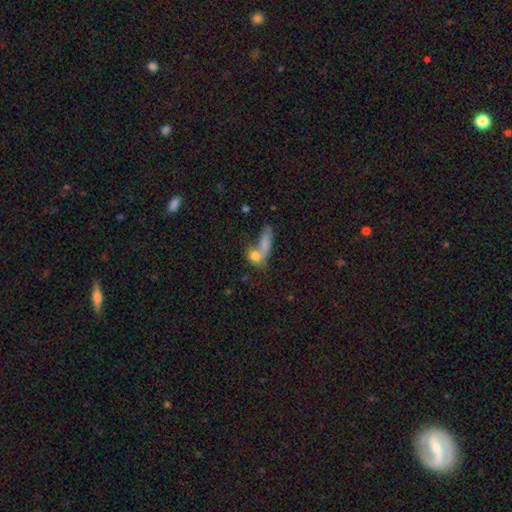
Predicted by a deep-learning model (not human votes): This is likely a smooth galaxy (75%). How rounded: possibly in between (45%). Merging: possibly merger (50%).